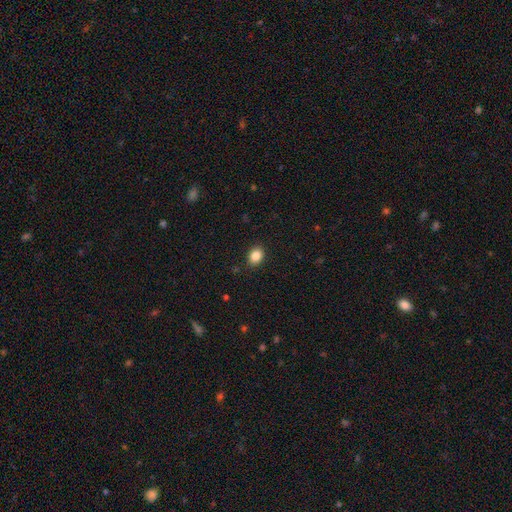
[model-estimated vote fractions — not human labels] Morphology: type=smooth (86%); roundness=in between (66%); merging=none (89%).